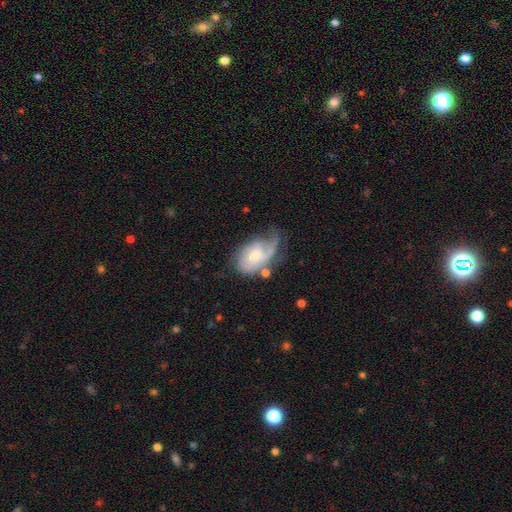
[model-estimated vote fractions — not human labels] Smooth or featured?
  - featured or disk: 62% *
  - smooth: 31%
  - star or artifact: 7%
Edge-on disk?
  - no: 96% *
  - yes: 4%
Bar?
  - no: 68% *
  - weak: 28%
  - strong: 4%
Spiral arms?
  - yes: 80% *
  - no: 20%
Bulge size?
  - small: 48% *
  - moderate: 41%
  - none: 5%
  - large: 4%
  - dominant: 1%
Merging?
  - major disturbance: 32% * (tied)
  - none: 32% * (tied)
  - minor disturbance: 29%
  - merger: 7%